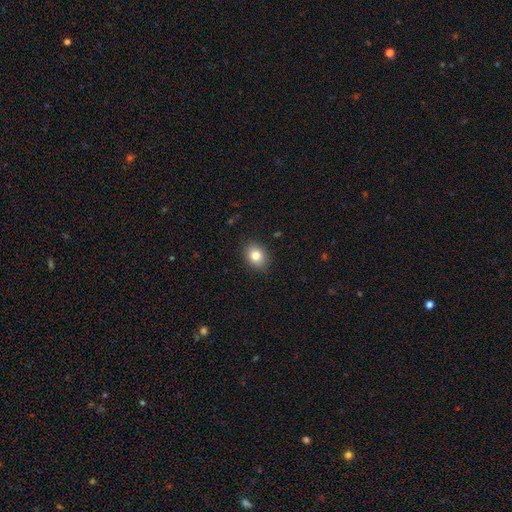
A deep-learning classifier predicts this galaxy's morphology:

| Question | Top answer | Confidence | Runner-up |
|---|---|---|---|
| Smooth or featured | smooth | 81% | star or artifact (10%) |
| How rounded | in between | 54% | round (45%) |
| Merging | none | 89% | minor disturbance (8%) |